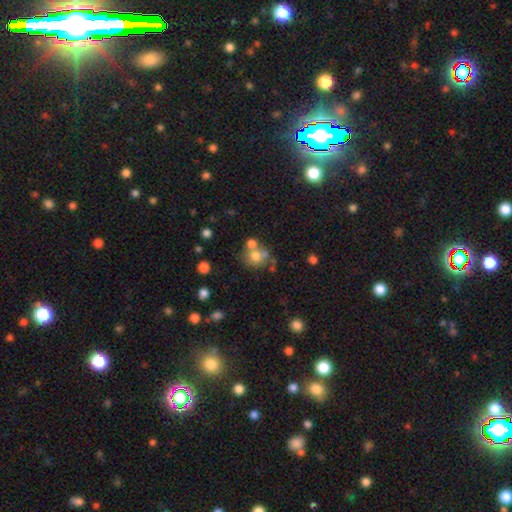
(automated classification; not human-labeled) Smooth or featured?
  - smooth: 68% *
  - featured or disk: 18%
  - star or artifact: 13%
How rounded?
  - round: 81% *
  - in between: 18%
  - cigar-shaped: 1%
Merging?
  - none: 48% *
  - merger: 36%
  - minor disturbance: 11%
  - major disturbance: 6%